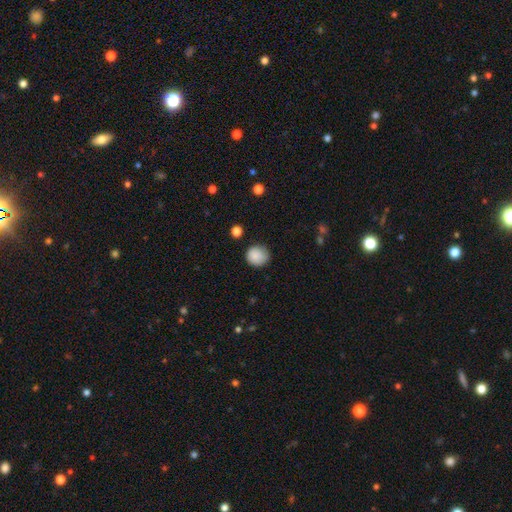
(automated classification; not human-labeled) Smooth or featured? Predicted: smooth (p=0.87). How rounded? Predicted: round (p=0.89). Merging? Predicted: none (p=0.82).